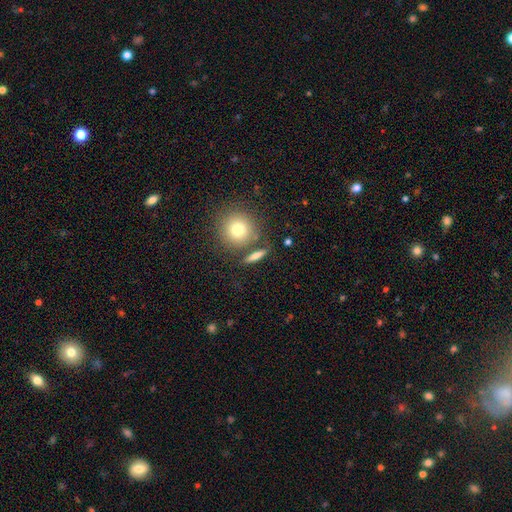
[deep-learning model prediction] Smooth or featured? Predicted: smooth (p=0.69). How rounded? Predicted: cigar-shaped (p=0.43). Merging? Predicted: none (p=0.77).